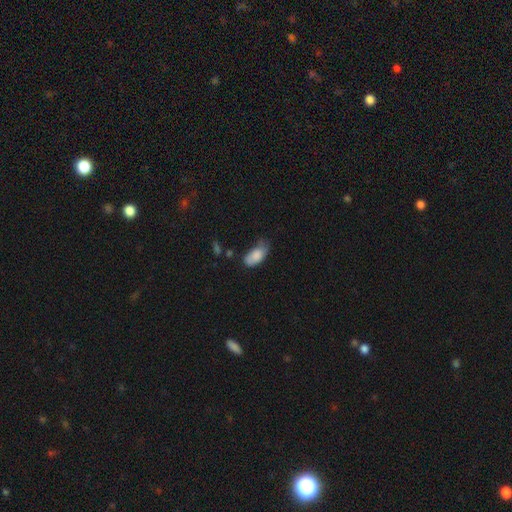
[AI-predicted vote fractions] A smooth galaxy with no disk features (81%) that is in between round and cigar-shaped (92%). Merging: minor disturbance (42%).